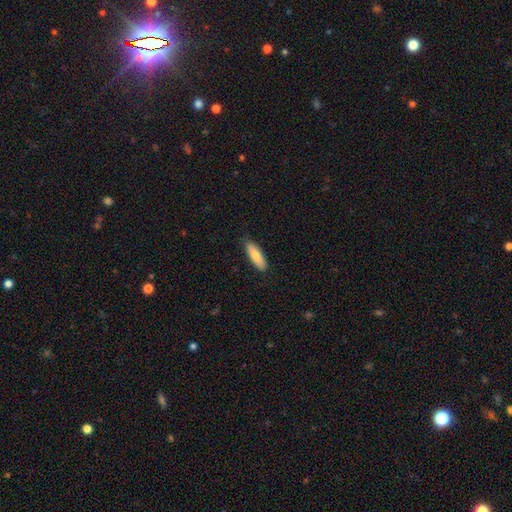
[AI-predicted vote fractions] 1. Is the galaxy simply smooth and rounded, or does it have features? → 79% smooth, 15% featured or disk, 6% star or artifact.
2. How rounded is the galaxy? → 52% in between, 47% cigar-shaped, 2% round.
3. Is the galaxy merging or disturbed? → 87% none, 10% minor disturbance, 2% major disturbance, 1% merger.